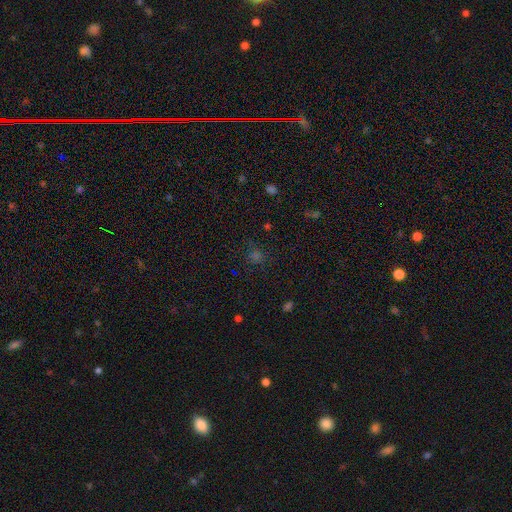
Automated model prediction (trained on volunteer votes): smooth_or_featured: smooth (p=0.48) [alt: star or artifact p=0.44]
merging: none (p=0.80) [alt: minor disturbance p=0.12]